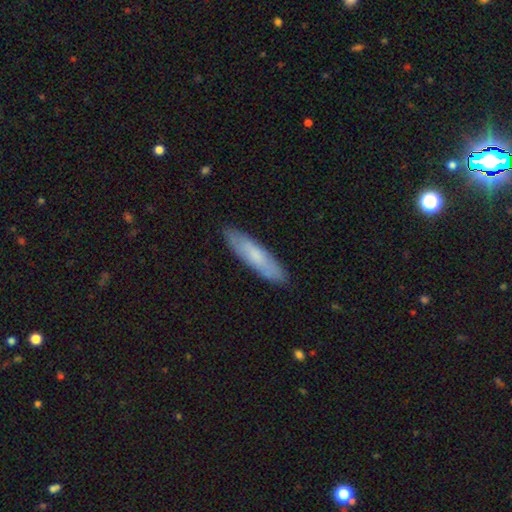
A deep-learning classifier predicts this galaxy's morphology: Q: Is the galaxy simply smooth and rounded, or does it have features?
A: smooth — 70%.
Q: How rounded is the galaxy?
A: cigar-shaped — 75%.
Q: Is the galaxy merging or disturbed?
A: none — 87%.